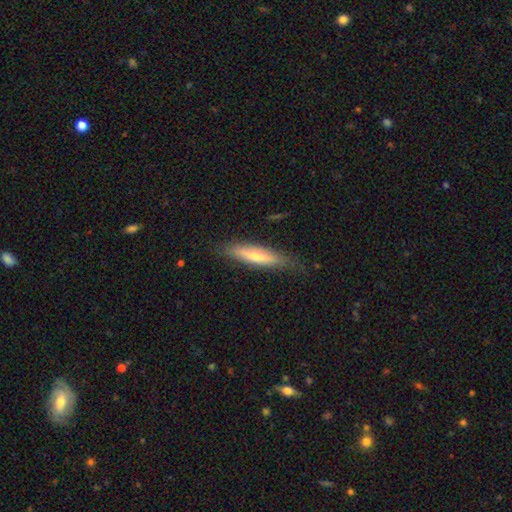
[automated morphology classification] type=smooth (55%); roundness=cigar-shaped (80%); merging=none (78%).